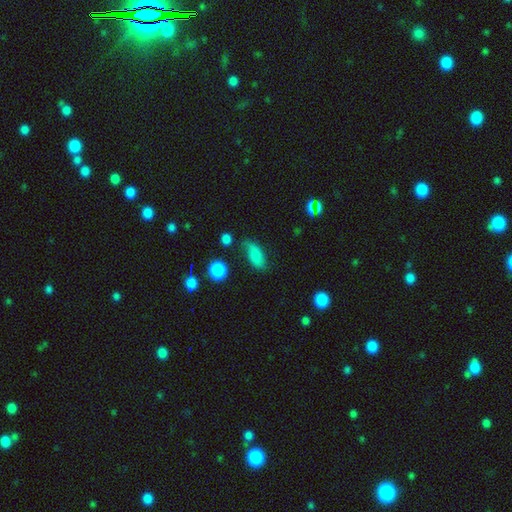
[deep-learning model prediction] smooth-or-featured: smooth: 73% | featured or disk: 18% | star or artifact: 9%
  how-rounded: in between: 85% | cigar-shaped: 9% | round: 5%
  merging: none: 60% | minor disturbance: 26% | major disturbance: 9% | merger: 4%